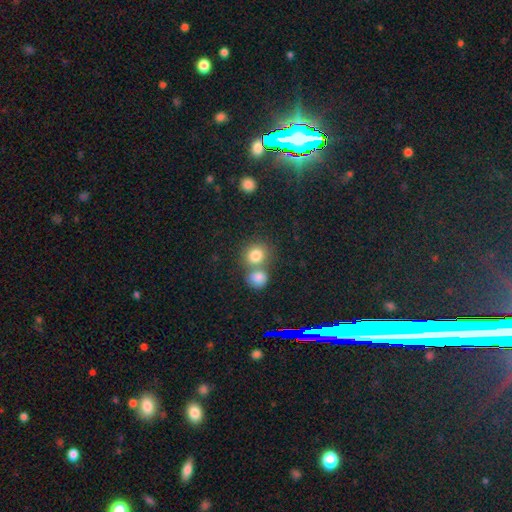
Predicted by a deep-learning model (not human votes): A smooth galaxy with no disk features (80%) that is round (81%).

Vote fractions:
- Smooth or featured? smooth: 80% / star or artifact: 12% / featured or disk: 8%
- How rounded? round: 81% / in between: 18% / cigar-shaped: 1%
- Merging? none: 48% / merger: 42% / minor disturbance: 7% / major disturbance: 3%